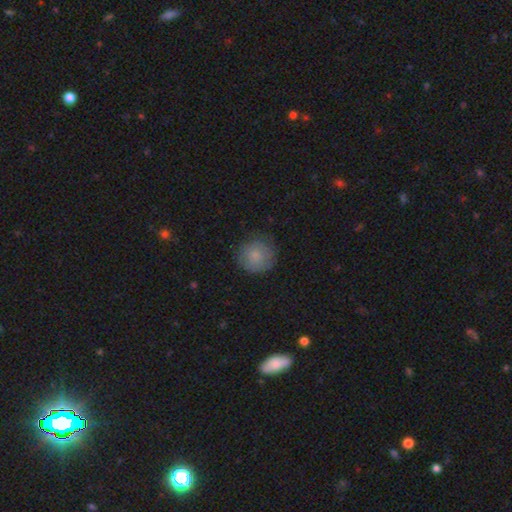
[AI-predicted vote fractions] Morphology: type=smooth (81%); roundness=round (93%); merging=none (77%).